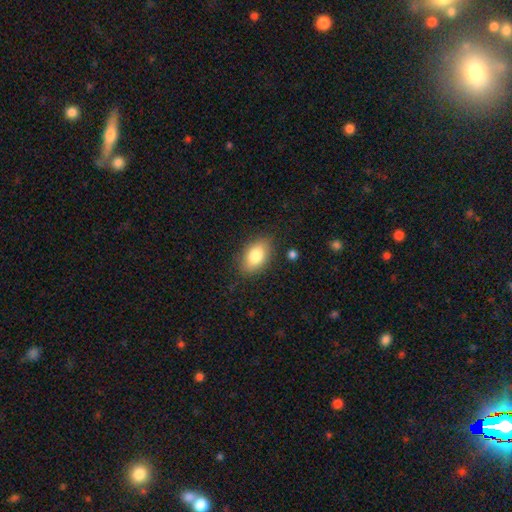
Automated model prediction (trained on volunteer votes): Smooth or featured? Predicted: smooth (p=0.82). How rounded? Predicted: in between (p=0.89). Merging? Predicted: none (p=0.82).